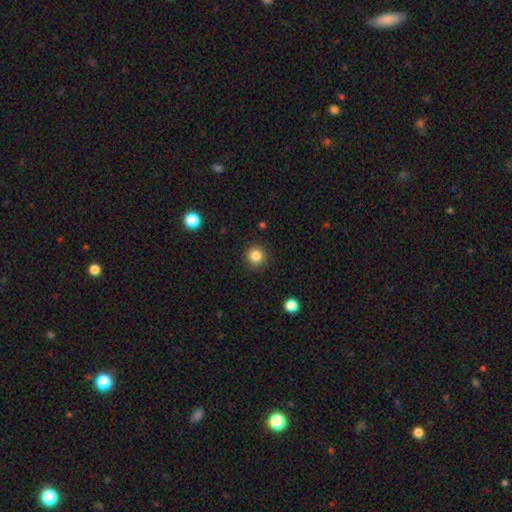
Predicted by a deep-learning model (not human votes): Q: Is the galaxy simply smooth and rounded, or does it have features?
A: smooth — 84%.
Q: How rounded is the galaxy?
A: round — 95%.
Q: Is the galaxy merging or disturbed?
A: none — 91%.